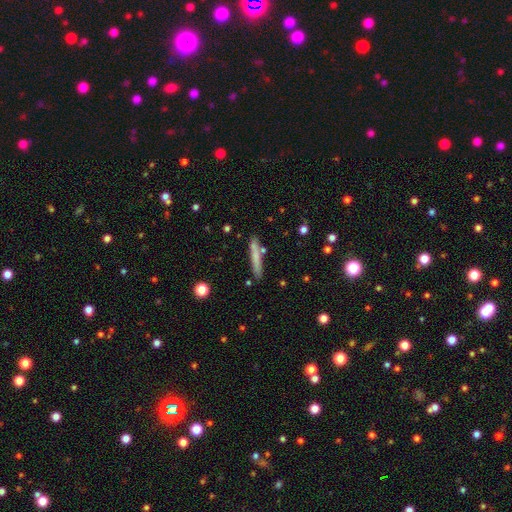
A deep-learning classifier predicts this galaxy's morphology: The model was most divided on "smooth or featured": smooth: 69%, featured or disk: 23%, star or artifact: 7%. More confident: how rounded — cigar-shaped (94%); merging — none (82%).